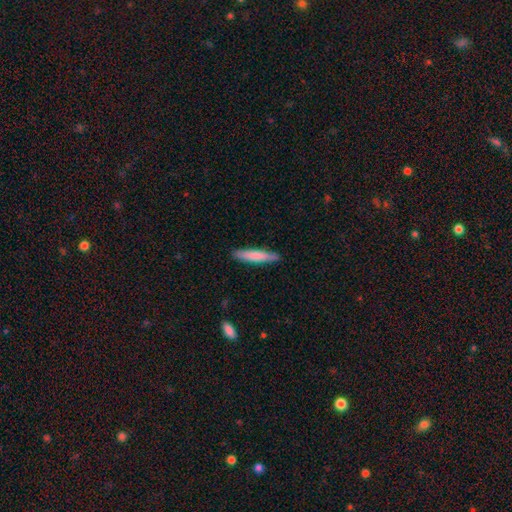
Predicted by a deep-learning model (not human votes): Smooth or featured?
  - smooth: 74% *
  - featured or disk: 21%
  - star or artifact: 5%
How rounded?
  - cigar-shaped: 90% *
  - in between: 9%
  - round: 1%
Merging?
  - none: 88% *
  - minor disturbance: 9%
  - major disturbance: 2%
  - merger: 1%